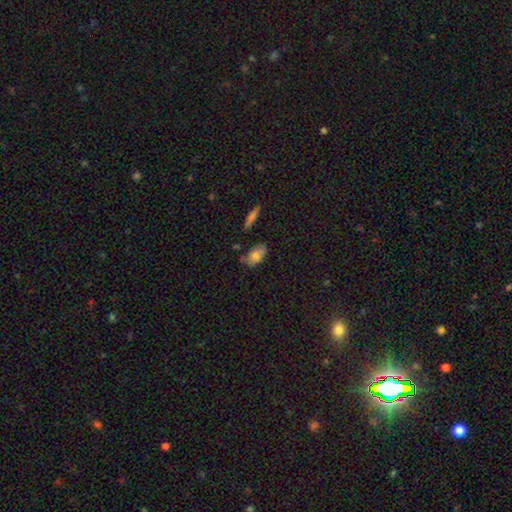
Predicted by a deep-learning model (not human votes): This appears to be a smooth galaxy with no disk features (76%) that is in between round and cigar-shaped (89%). Merging: none (61%).